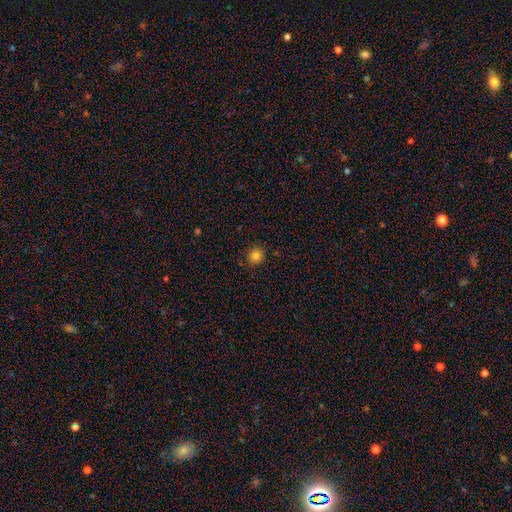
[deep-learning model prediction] The model was most divided on "smooth or featured": smooth: 83%, star or artifact: 12%, featured or disk: 4%. More confident: how rounded — round (91%); merging — none (87%).